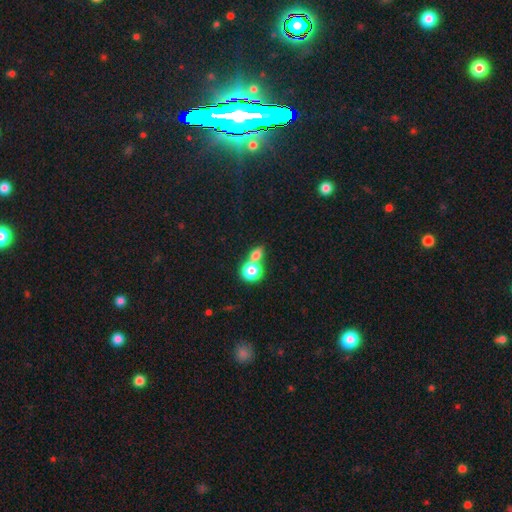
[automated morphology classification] A smooth galaxy with no disk features (74%) that is round (55%). Merging: merger (57%).